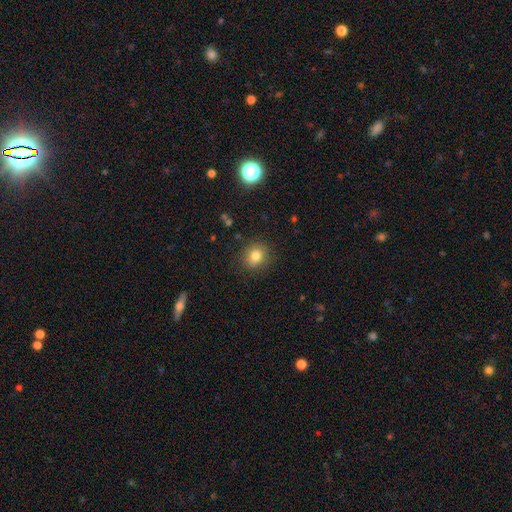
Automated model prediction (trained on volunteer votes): Smooth or featured: smooth — 81% (star or artifact — 12%)
How rounded: round — 81% (in between — 18%)
Merging: none — 86% (minor disturbance — 10%)